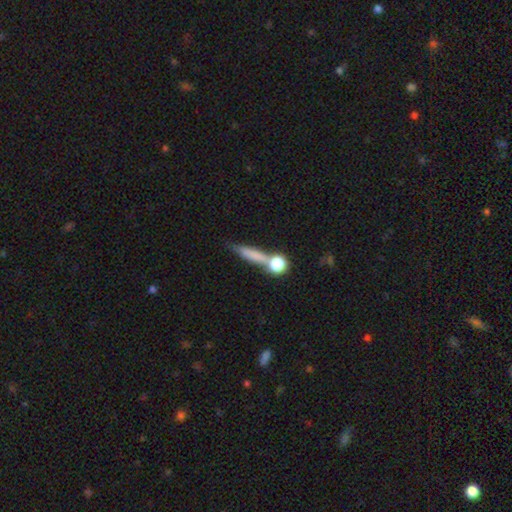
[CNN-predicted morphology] smooth-or-featured: smooth: 65% | featured or disk: 24% | star or artifact: 11%
  how-rounded: cigar-shaped: 60% | round: 22% | in between: 17%
  merging: none: 56% | merger: 23% | minor disturbance: 13% | major disturbance: 8%